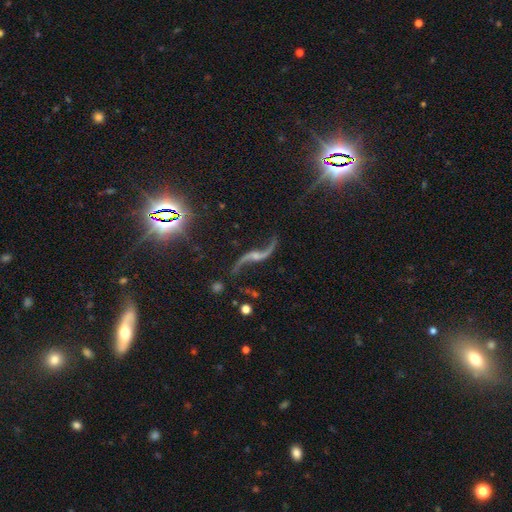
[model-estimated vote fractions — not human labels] Smooth or featured? featured or disk (87%)
Edge-on disk? no (92%)
Bar? no (54%)
Spiral arms? yes (97%)
Spiral winding? loose (95%)
Spiral arm count? 2 (94%)
Bulge size? small (49%)
Merging? none (74%)